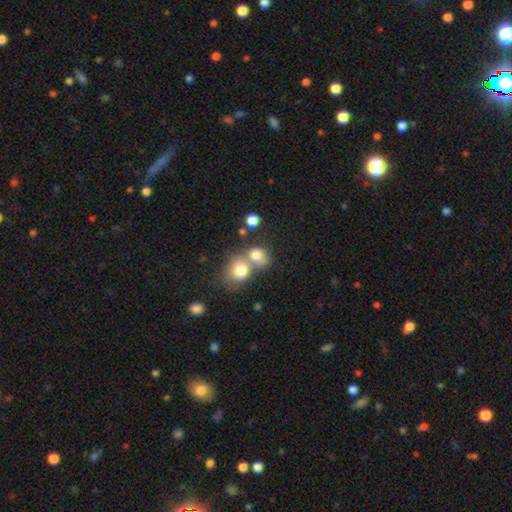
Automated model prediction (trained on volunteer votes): A smooth galaxy with no disk features (76%) that is round (59%).

Vote fractions:
- Smooth or featured? smooth: 76% / featured or disk: 13% / star or artifact: 11%
- How rounded? round: 59% / in between: 40% / cigar-shaped: 1%
- Merging? merger: 57% / none: 29% / minor disturbance: 8% / major disturbance: 5%